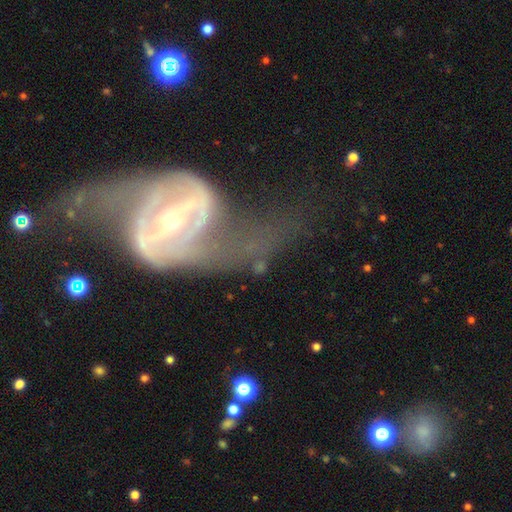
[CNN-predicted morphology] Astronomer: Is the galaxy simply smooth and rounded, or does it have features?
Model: featured or disk — 83%.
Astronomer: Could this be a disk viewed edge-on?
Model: no — 93%.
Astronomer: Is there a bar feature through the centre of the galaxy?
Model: strong — 54%.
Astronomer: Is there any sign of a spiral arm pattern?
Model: yes — 78%.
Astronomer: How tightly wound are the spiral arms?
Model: medium — 37% (runner-up: loose, 35%).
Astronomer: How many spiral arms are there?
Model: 2 — 65%.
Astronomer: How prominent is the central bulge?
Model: small — 70%.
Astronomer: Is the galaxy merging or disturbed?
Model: major disturbance — 47% (runner-up: none, 29%).